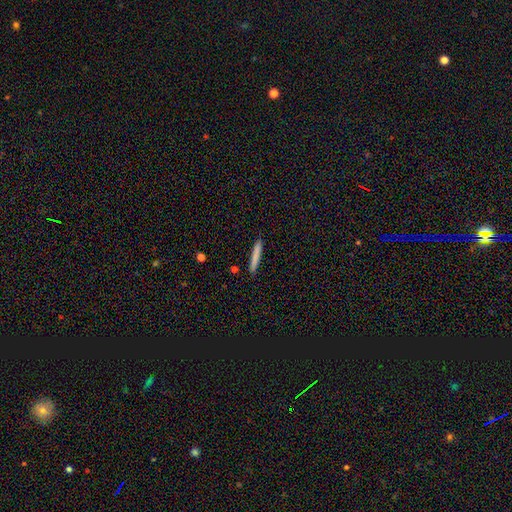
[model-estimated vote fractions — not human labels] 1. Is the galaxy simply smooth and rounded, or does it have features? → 79% smooth, 15% featured or disk, 6% star or artifact.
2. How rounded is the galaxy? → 95% cigar-shaped, 3% in between, 1% round.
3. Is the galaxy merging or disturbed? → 89% none, 8% minor disturbance, 2% merger, 2% major disturbance.